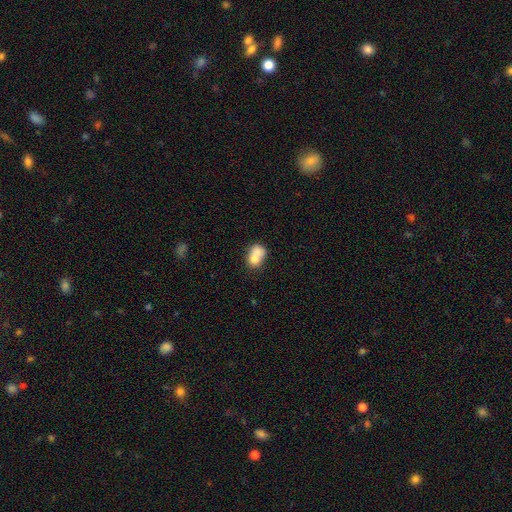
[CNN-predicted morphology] A smooth galaxy with no disk features (73%) that is in between round and cigar-shaped (66%). Merging: merger (54%).